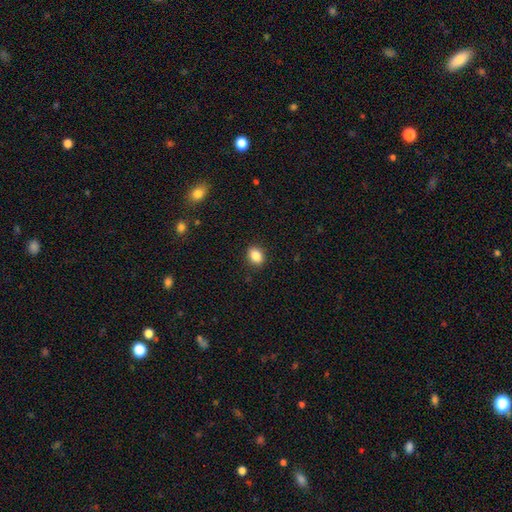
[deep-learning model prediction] Overall: smooth (86%). How rounded: in between (63%; round 36%). Merging: none (89%).